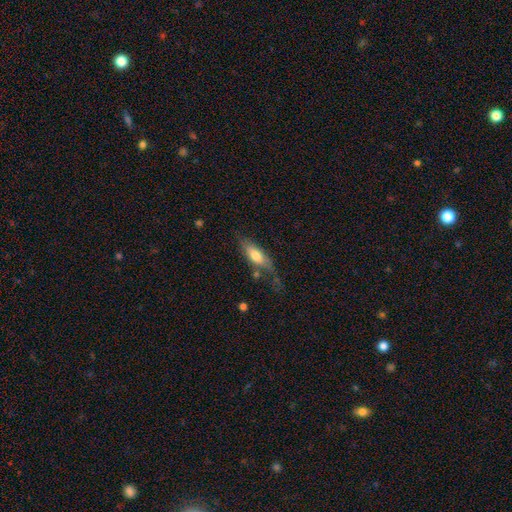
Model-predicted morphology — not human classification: Overall: smooth (64%; featured or disk 30%). How rounded: in between (65%; cigar-shaped 32%). Merging: none (48%; minor disturbance 27%).